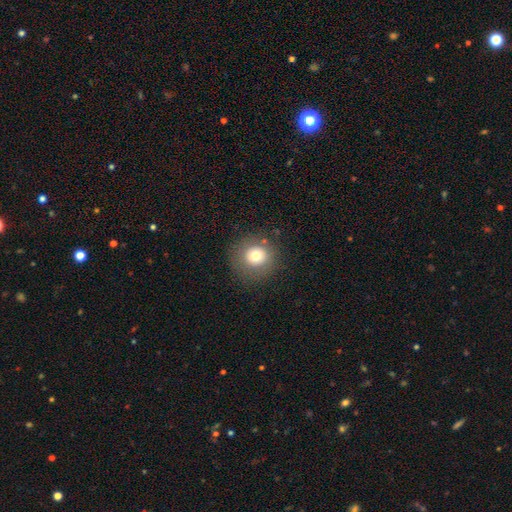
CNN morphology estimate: This is likely a smooth galaxy (71%). How rounded: clearly round (93%). Merging: clearly none (83%).